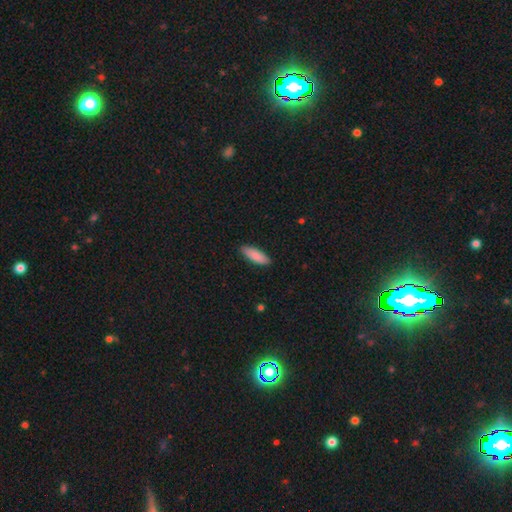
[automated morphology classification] smooth-or-featured: smooth: 88% | featured or disk: 6% | star or artifact: 6%
  how-rounded: in between: 53% | cigar-shaped: 46% | round: 1%
  merging: none: 89% | minor disturbance: 9% | major disturbance: 2% | merger: 1%